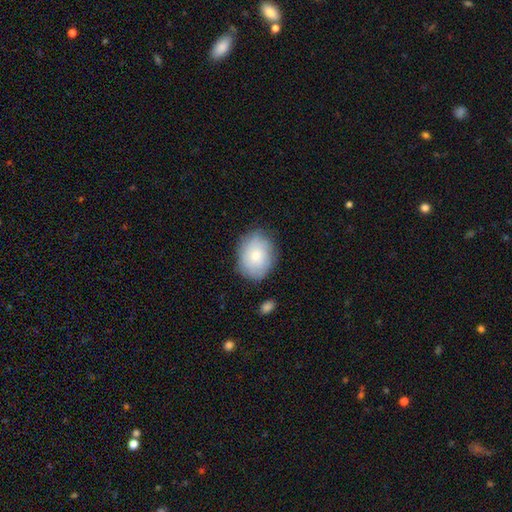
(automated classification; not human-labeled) A smooth galaxy with no disk features (72%) that is in between round and cigar-shaped (66%). Merging: none (78%).